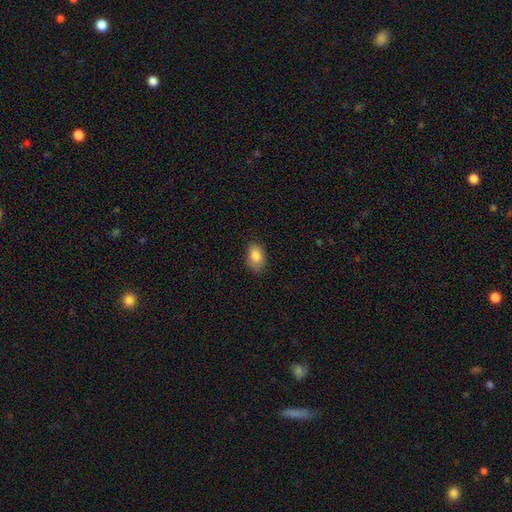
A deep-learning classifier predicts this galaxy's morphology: This is clearly a smooth galaxy (83%). How rounded: clearly in between (87%). Merging: likely none (79%).